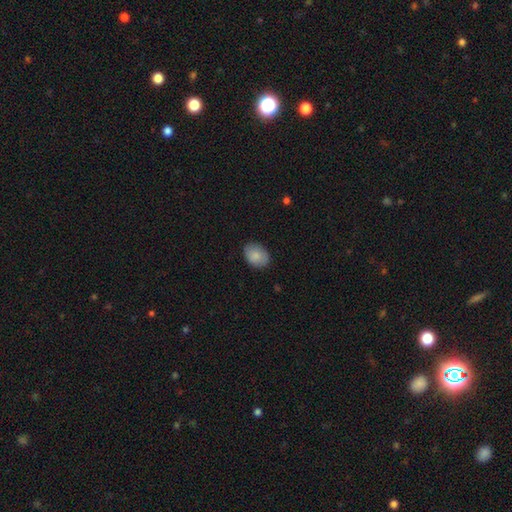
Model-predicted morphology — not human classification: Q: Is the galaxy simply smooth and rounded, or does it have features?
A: smooth — 84%.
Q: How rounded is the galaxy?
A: in between — 70%.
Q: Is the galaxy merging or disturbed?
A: none — 84%.